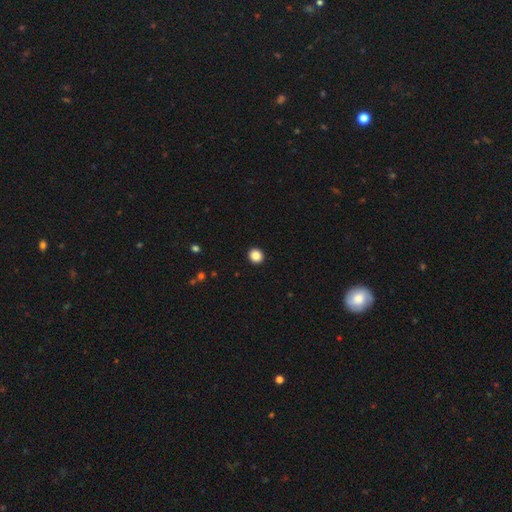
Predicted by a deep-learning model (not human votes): This is clearly a smooth galaxy (86%). How rounded: clearly round (90%). Merging: clearly none (93%).